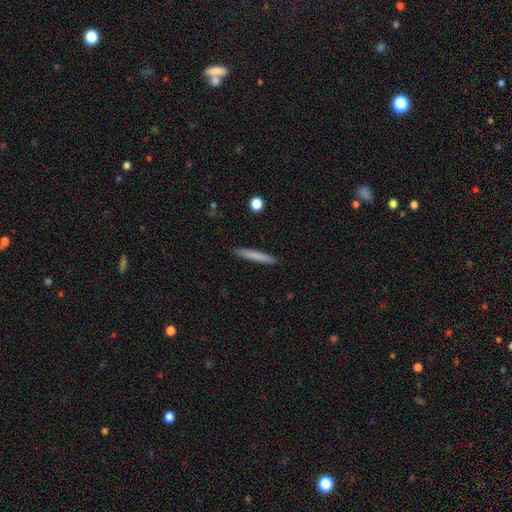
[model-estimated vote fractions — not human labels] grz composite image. It shows a smooth galaxy with no disk features (73%) that is cigar-shaped (96%). Merging: none (92%).